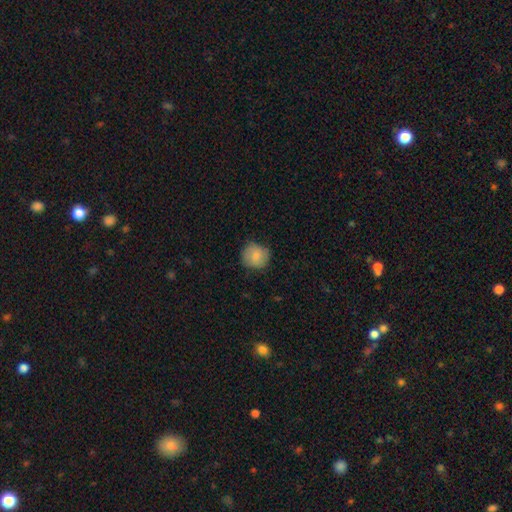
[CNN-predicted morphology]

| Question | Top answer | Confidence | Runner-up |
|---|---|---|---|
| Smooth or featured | smooth | 83% | featured or disk (10%) |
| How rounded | round | 89% | in between (10%) |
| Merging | none | 80% | minor disturbance (16%) |